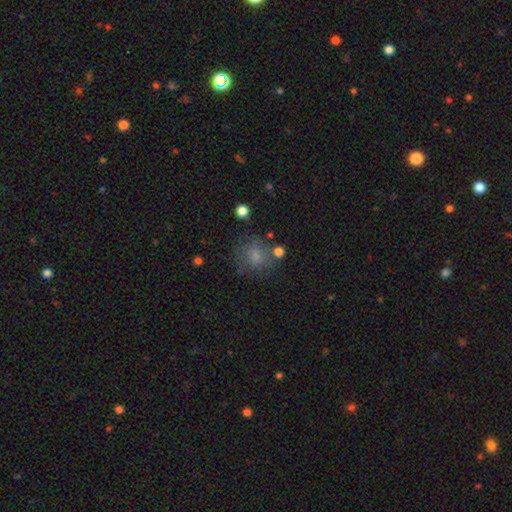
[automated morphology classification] Smooth or featured?
  - smooth: 71% *
  - featured or disk: 15%
  - star or artifact: 14%
How rounded?
  - round: 70% *
  - in between: 28%
  - cigar-shaped: 1%
Merging?
  - none: 63% *
  - minor disturbance: 18%
  - major disturbance: 11%
  - merger: 7%